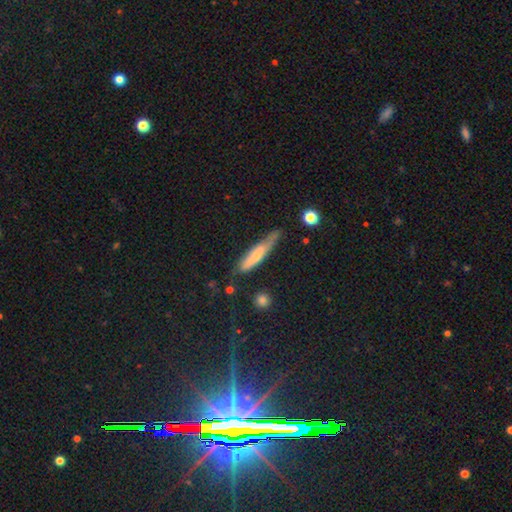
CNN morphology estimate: type=smooth (58%); roundness=cigar-shaped (84%); merging=none (56%).